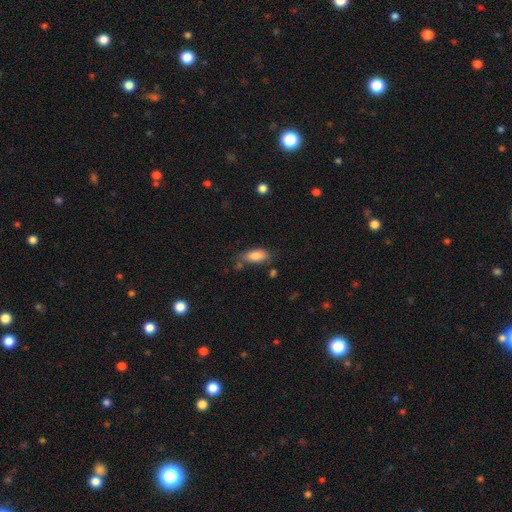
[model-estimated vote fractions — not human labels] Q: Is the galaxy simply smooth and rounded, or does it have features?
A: smooth — 84%.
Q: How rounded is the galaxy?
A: in between — 83%.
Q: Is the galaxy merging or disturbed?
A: none — 61%.